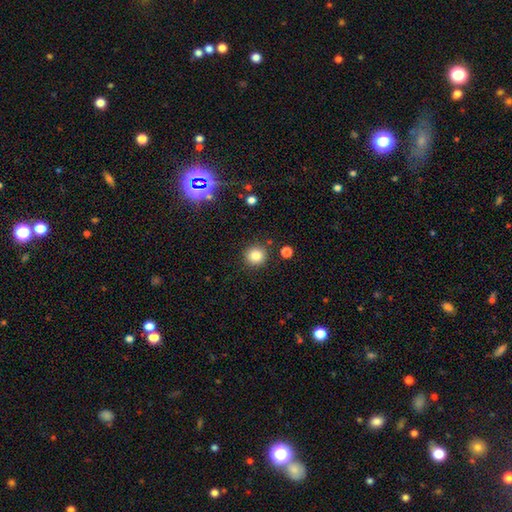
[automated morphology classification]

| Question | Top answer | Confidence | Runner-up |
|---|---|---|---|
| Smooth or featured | smooth | 82% | star or artifact (12%) |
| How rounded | round | 92% | in between (7%) |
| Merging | none | 88% | minor disturbance (7%) |